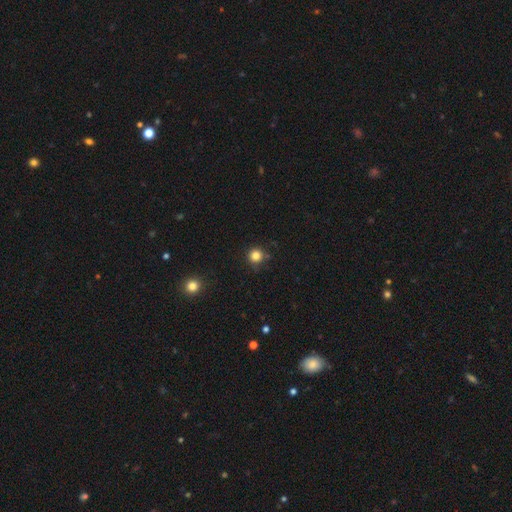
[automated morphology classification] The model was most divided on "smooth or featured": smooth: 82%, star or artifact: 13%, featured or disk: 4%. More confident: how rounded — round (95%); merging — none (86%).